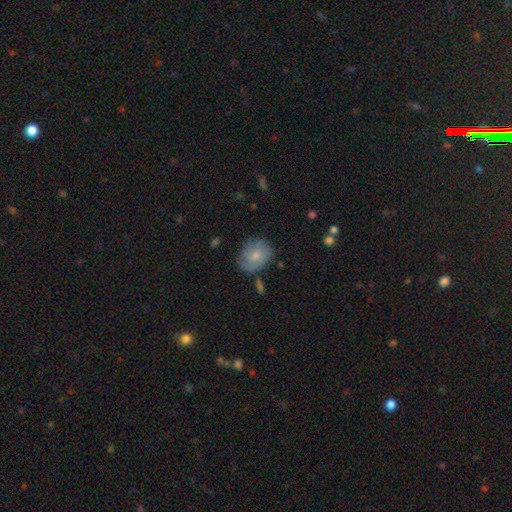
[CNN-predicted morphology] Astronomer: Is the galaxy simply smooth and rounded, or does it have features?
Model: smooth — 63%.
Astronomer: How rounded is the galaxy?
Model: round — 60% (runner-up: in between, 39%).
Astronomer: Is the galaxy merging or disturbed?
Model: none — 64%.